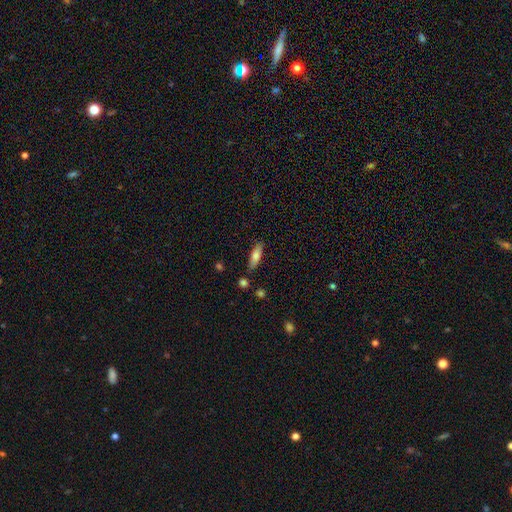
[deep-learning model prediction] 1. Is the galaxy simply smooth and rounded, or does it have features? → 72% smooth, 20% featured or disk, 7% star or artifact.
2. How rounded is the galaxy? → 51% cigar-shaped, 47% in between, 2% round.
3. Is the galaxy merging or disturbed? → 81% none, 12% minor disturbance, 4% merger, 3% major disturbance.